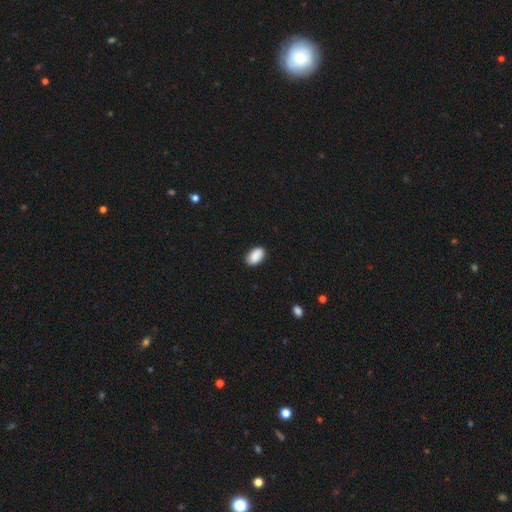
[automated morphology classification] This appears to be a smooth galaxy with no disk features (89%) that is in between round and cigar-shaped (92%). Merging: none (86%).